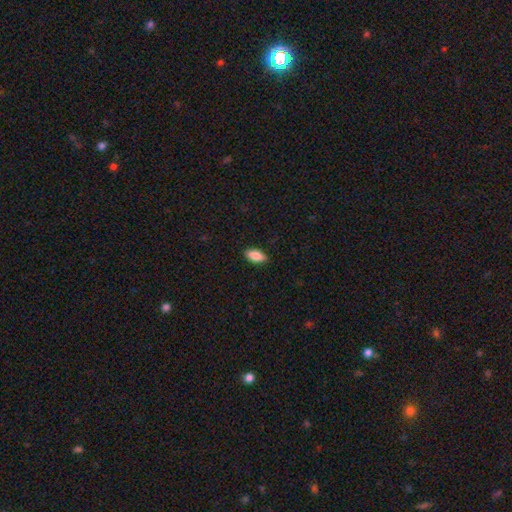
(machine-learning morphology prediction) Smooth or featured: smooth — 87% (star or artifact — 7%)
How rounded: in between — 90% (cigar-shaped — 8%)
Merging: none — 89% (minor disturbance — 8%)